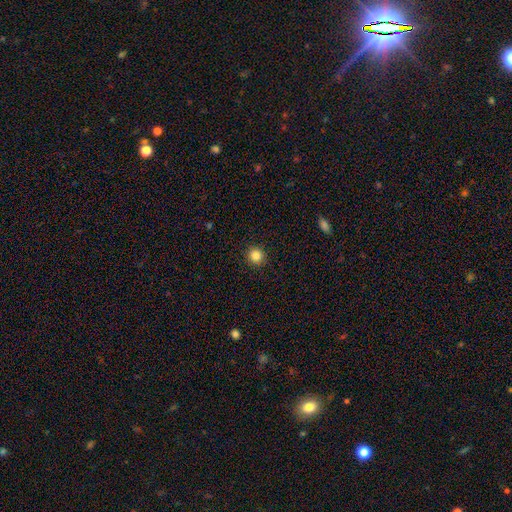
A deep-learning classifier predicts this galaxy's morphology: smooth 85%, star or artifact 11%, featured or disk 4%. Down the decision tree: how rounded — round (94%); merging — none (93%).